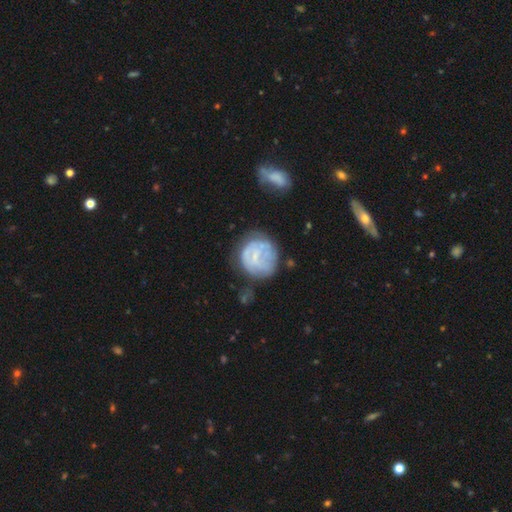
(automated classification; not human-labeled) Q: Smooth or featured?
A: featured or disk (56%); runner-up: smooth (36%)
Q: Edge-on disk?
A: no (98%); runner-up: yes (2%)
Q: Bar?
A: no (53%); runner-up: weak (38%)
Q: Spiral arms?
A: yes (58%); runner-up: no (42%)
Q: Bulge size?
A: small (55%); runner-up: none (29%)
Q: Merging?
A: none (51%); runner-up: minor disturbance (25%)